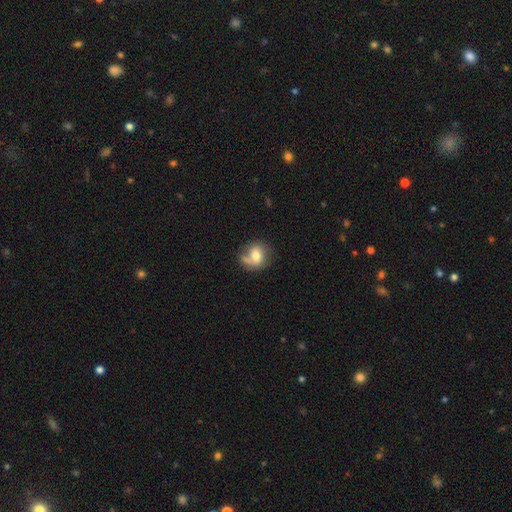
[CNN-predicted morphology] Smooth or featured? Predicted: smooth (p=0.63). How rounded? Predicted: round (p=0.64). Merging? Predicted: none (p=0.48).